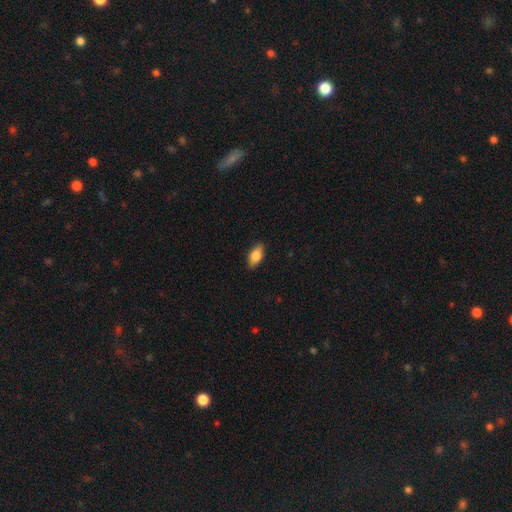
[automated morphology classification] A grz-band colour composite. It shows a smooth galaxy with no disk features (80%) that is in between round and cigar-shaped (88%). Merging: none (89%).